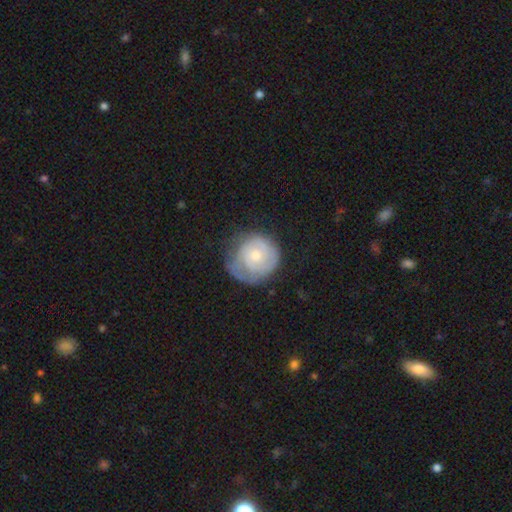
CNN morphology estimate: The model was most divided on "bulge size": small: 52%, moderate: 41%, large: 3%, none: 3%, dominant: 1%. More confident: edge-on disk — no (98%); bar — no (80%); spiral arms — yes (77%); smooth or featured — featured or disk (59%); merging — none (54%).